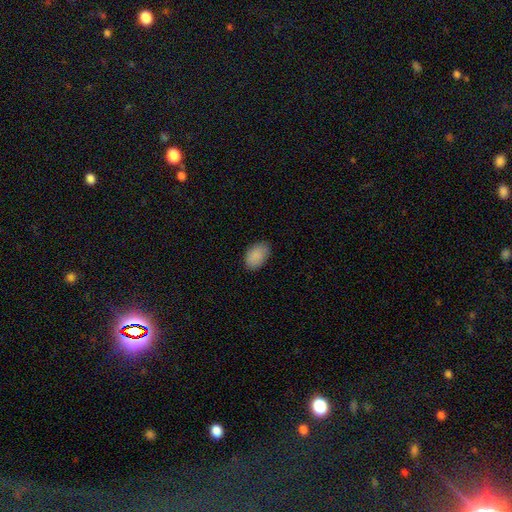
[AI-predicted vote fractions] smooth-or-featured: smooth: 89% | star or artifact: 7% | featured or disk: 4%
  how-rounded: in between: 89% | round: 10% | cigar-shaped: 1%
  merging: none: 84% | minor disturbance: 13% | major disturbance: 3% | merger: 1%